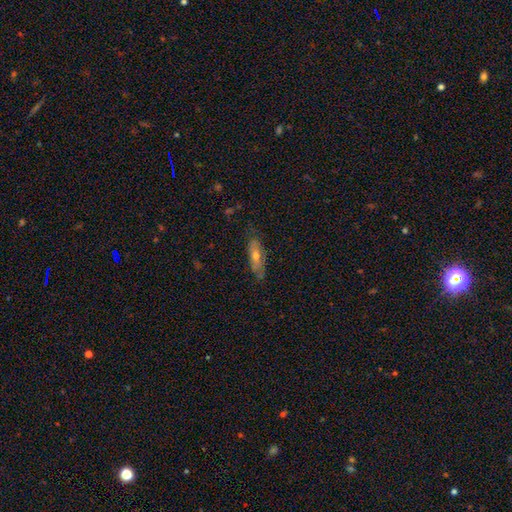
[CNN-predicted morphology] The model was most divided on "smooth or featured": smooth: 47%, featured or disk: 46%, star or artifact: 7%. More confident: merging — none (76%).